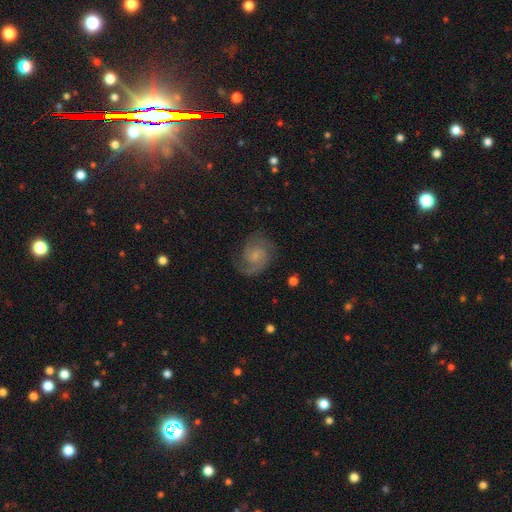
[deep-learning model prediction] Q: Smooth or featured?
A: featured or disk (82%); runner-up: smooth (11%)
Q: Edge-on disk?
A: no (98%); runner-up: yes (2%)
Q: Bar?
A: no (64%); runner-up: weak (32%)
Q: Spiral arms?
A: yes (97%); runner-up: no (3%)
Q: Spiral winding?
A: medium (50%); runner-up: tight (35%)
Q: Spiral arm count?
A: 2 (76%); runner-up: can't tell (8%)
Q: Bulge size?
A: small (61%); runner-up: moderate (21%)
Q: Merging?
A: none (74%); runner-up: minor disturbance (17%)